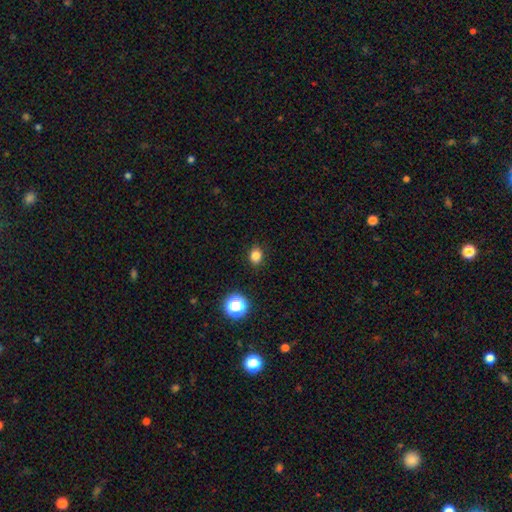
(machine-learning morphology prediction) smooth 82%, star or artifact 14%, featured or disk 4%. Down the decision tree: how rounded — round (52%); merging — none (88%).